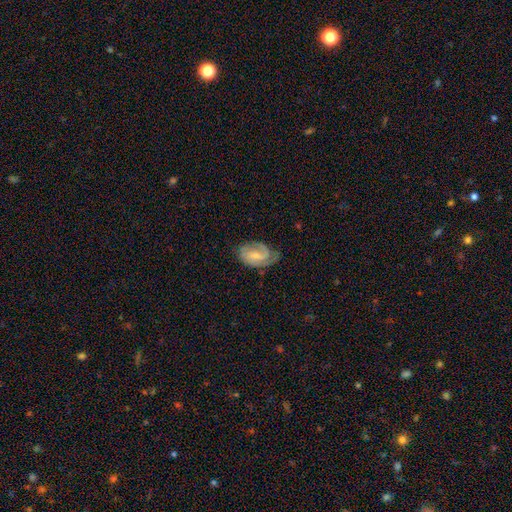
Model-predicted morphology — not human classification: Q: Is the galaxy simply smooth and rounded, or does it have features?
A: featured or disk — 74%.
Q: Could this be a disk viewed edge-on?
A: no — 97%.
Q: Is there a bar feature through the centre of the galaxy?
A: weak — 50%.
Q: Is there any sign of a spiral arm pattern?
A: yes — 93%.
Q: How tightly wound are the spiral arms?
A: tight — 43%.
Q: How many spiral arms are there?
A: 2 — 51%.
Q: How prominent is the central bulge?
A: small — 53%.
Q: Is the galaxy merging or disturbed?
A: none — 61%.